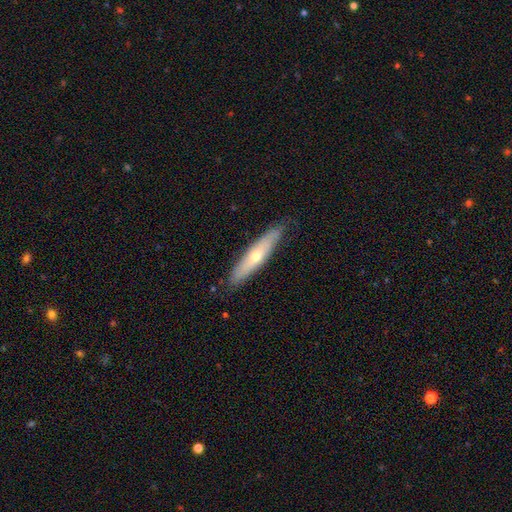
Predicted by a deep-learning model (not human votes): Q: Smooth or featured?
A: featured or disk (48%); runner-up: smooth (46%)
Q: Merging?
A: none (83%); runner-up: minor disturbance (13%)